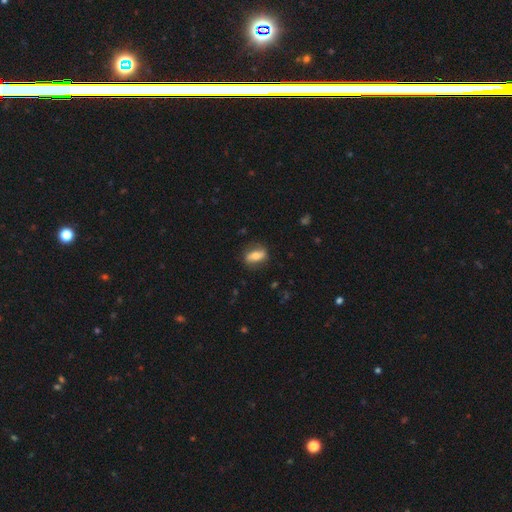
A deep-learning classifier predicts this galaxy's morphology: Overall: smooth (54%; featured or disk 38%). How rounded: in between (73%). Merging: none (81%).